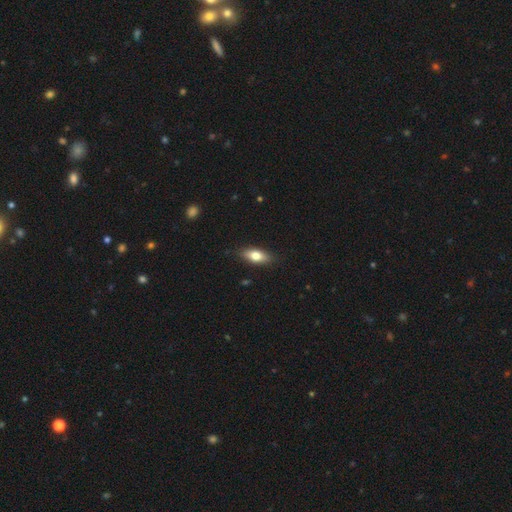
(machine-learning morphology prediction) Q: Smooth or featured?
A: smooth (72%); runner-up: featured or disk (22%)
Q: How rounded?
A: in between (77%); runner-up: cigar-shaped (19%)
Q: Merging?
A: none (87%); runner-up: minor disturbance (10%)